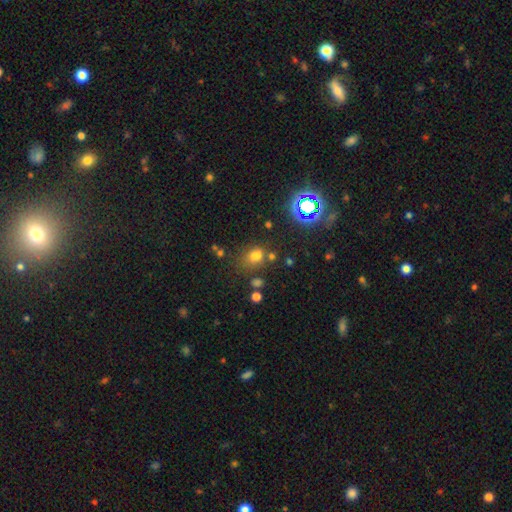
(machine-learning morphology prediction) smooth-or-featured: smooth: 69% | star or artifact: 23% | featured or disk: 8%
  how-rounded: in between: 52% | round: 47% | cigar-shaped: 1%
  merging: none: 64% | minor disturbance: 17% | merger: 11% | major disturbance: 7%